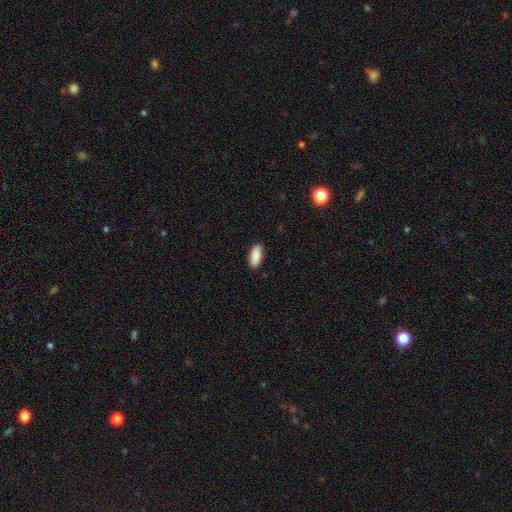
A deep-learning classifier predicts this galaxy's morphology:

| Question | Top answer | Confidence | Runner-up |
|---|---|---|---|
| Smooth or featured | smooth | 90% | star or artifact (6%) |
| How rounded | in between | 88% | cigar-shaped (10%) |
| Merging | none | 89% | minor disturbance (8%) |